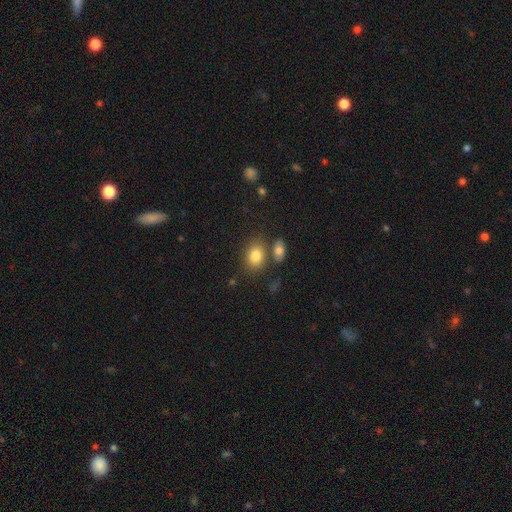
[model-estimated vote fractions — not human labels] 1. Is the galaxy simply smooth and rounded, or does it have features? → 83% smooth, 9% star or artifact, 8% featured or disk.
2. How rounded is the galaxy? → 67% in between, 31% round, 1% cigar-shaped.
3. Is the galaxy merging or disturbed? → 67% none, 17% merger, 12% minor disturbance, 4% major disturbance.